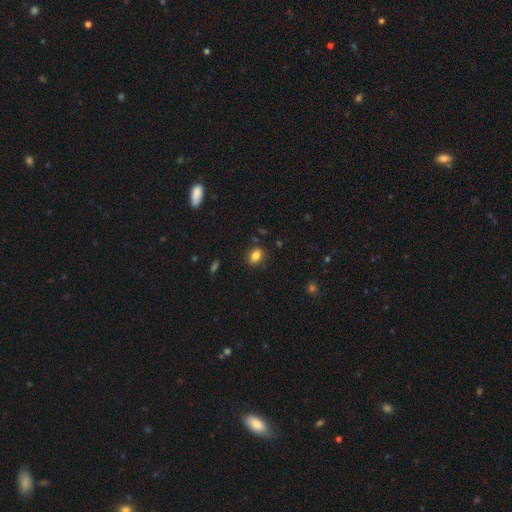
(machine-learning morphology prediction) smooth 83%, star or artifact 10%, featured or disk 6%. Down the decision tree: how rounded — in between (71%); merging — none (84%).